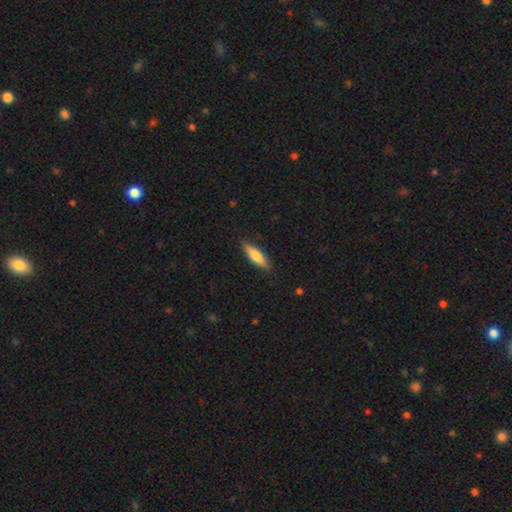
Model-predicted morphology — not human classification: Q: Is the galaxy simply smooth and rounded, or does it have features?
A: smooth — 65%.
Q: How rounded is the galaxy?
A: cigar-shaped — 63%.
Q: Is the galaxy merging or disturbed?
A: none — 86%.